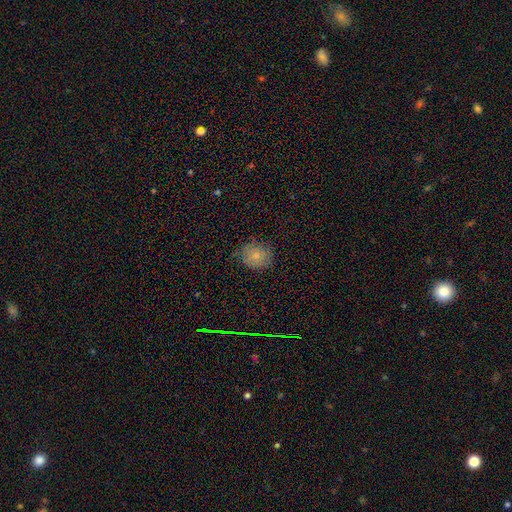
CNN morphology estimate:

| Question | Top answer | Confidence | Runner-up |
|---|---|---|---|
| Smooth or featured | smooth | 74% | featured or disk (14%) |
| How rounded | round | 69% | in between (30%) |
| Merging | none | 73% | minor disturbance (21%) |